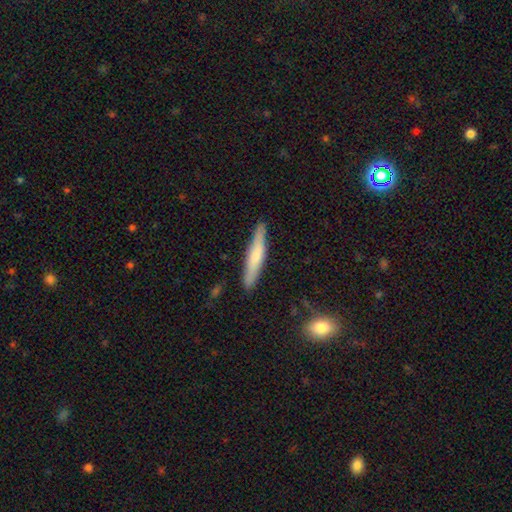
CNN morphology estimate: This appears to be a smooth galaxy with no disk features (59%) that is cigar-shaped (92%). Merging: none (87%).